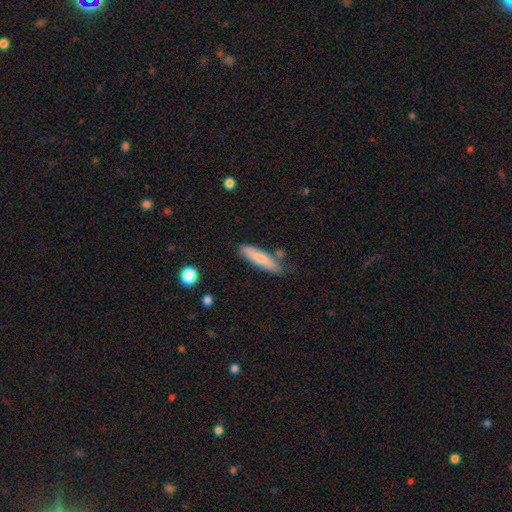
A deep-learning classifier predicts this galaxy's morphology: smooth_or_featured: smooth (p=0.74) [alt: featured or disk p=0.20]
how_rounded: cigar-shaped (p=0.82) [alt: in between p=0.16]
merging: none (p=0.75) [alt: minor disturbance p=0.18]